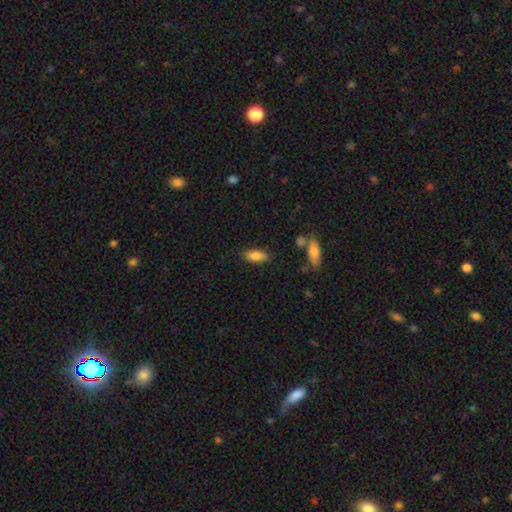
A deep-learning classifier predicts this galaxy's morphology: This is clearly a smooth galaxy (85%). How rounded: clearly in between (85%). Merging: clearly none (83%).